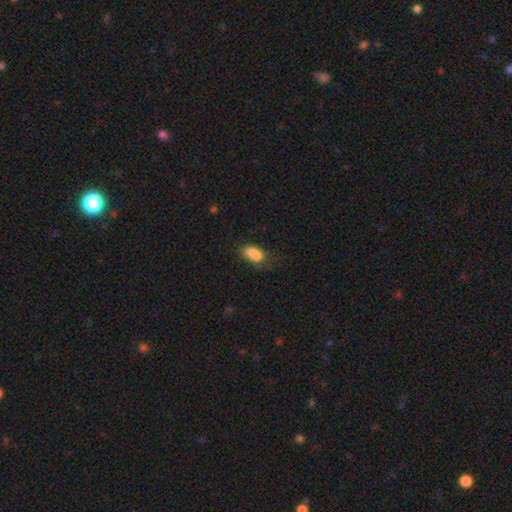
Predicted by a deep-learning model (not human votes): A smooth galaxy with no disk features (74%) that is in between round and cigar-shaped (85%). Merging: none (38%).